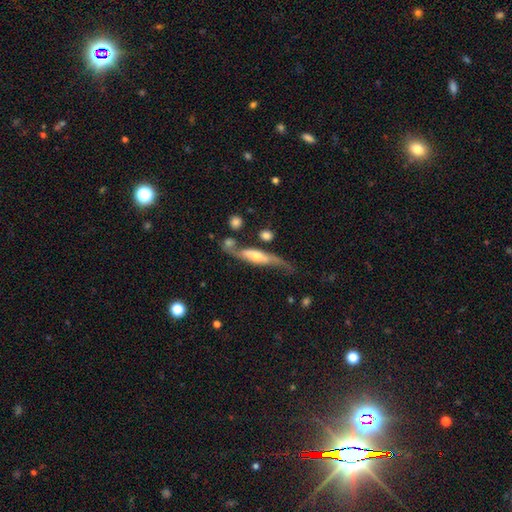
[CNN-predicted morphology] featured or disk 74%, smooth 20%, star or artifact 6%. Down the decision tree: edge-on disk — yes (51%); merging — none (56%).